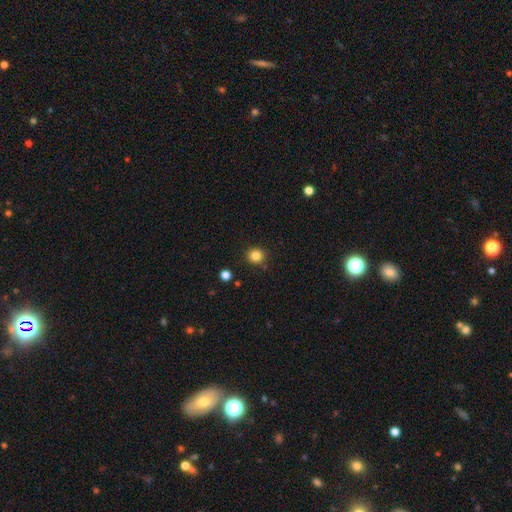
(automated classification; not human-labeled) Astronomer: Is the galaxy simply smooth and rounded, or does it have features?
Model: smooth — 84%.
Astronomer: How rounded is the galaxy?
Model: round — 87%.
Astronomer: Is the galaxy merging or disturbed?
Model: none — 88%.